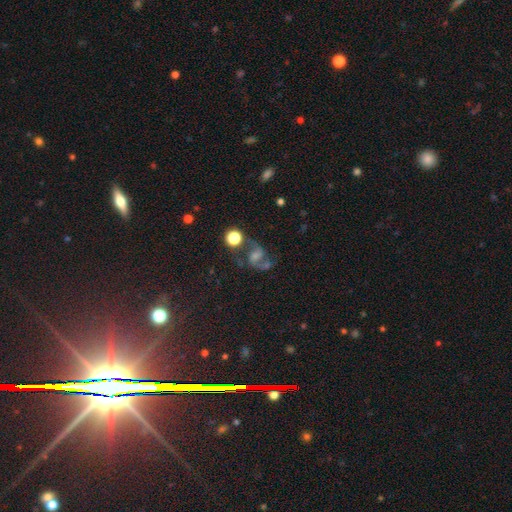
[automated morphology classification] smooth_or_featured: featured or disk (p=0.65) [alt: smooth p=0.20]
disk_edge_on: no (p=0.98) [alt: yes p=0.02]
bar: no (p=0.45) [alt: weak p=0.39]
has_spiral_arms: yes (p=0.90) [alt: no p=0.10]
spiral_winding: loose (p=0.52) [alt: medium p=0.41]
spiral_arm_count: 2 (p=0.89) [alt: 1 p=0.05]
bulge_size: small (p=0.36) [alt: moderate p=0.32]
merging: none (p=0.45) [alt: major disturbance p=0.20]